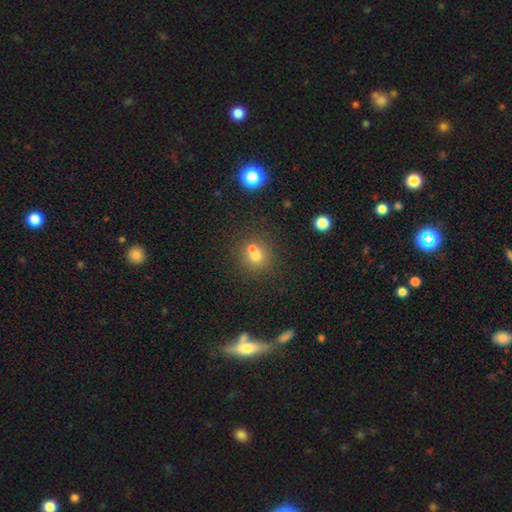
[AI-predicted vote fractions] A smooth galaxy with no disk features (67%) that is round (87%).

Vote fractions:
- Smooth or featured? smooth: 67% / star or artifact: 18% / featured or disk: 16%
- How rounded? round: 87% / in between: 12% / cigar-shaped: 1%
- Merging? none: 49% / merger: 41% / minor disturbance: 7% / major disturbance: 3%